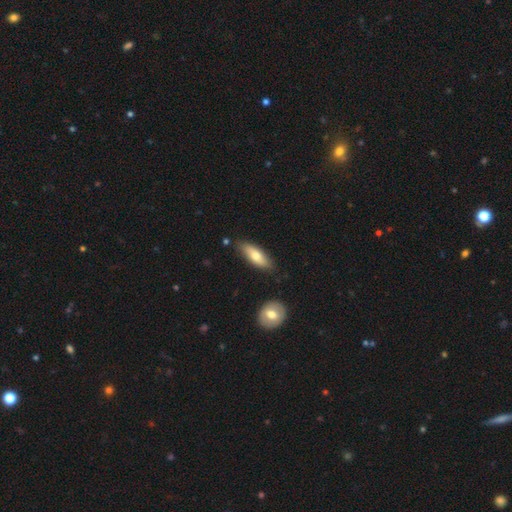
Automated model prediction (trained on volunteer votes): This appears to be a smooth galaxy with no disk features (68%) that is in between round and cigar-shaped (63%). Merging: none (80%).